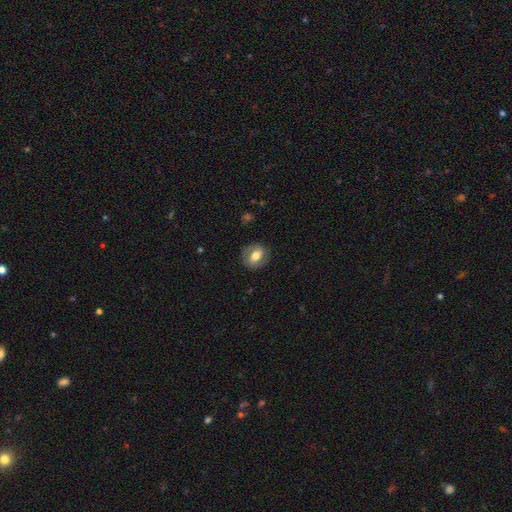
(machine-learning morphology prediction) smooth-or-featured: smooth: 56% | featured or disk: 36% | star or artifact: 8%
  how-rounded: in between: 52% | round: 46% | cigar-shaped: 2%
  merging: none: 80% | minor disturbance: 13% | major disturbance: 5% | merger: 1%